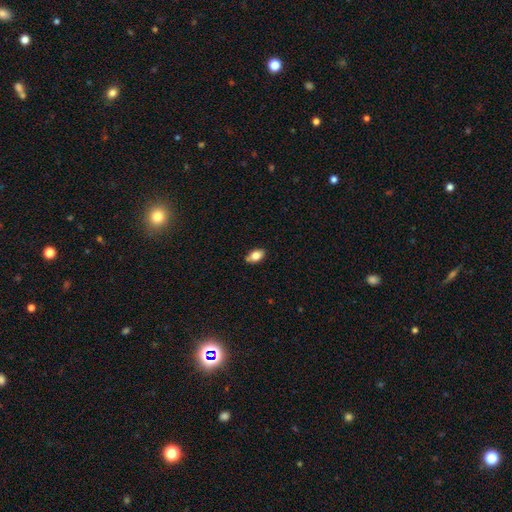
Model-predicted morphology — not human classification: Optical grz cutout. It shows a smooth galaxy with no disk features (80%) that is in between round and cigar-shaped (89%). Merging: none (81%).